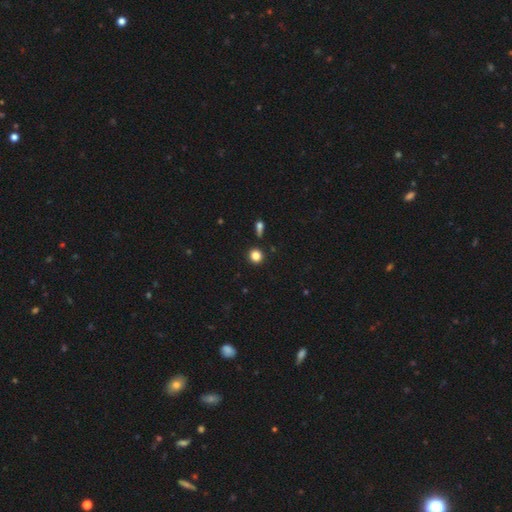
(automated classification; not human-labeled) This is clearly a smooth galaxy (82%). How rounded: clearly round (90%). Merging: clearly none (87%).